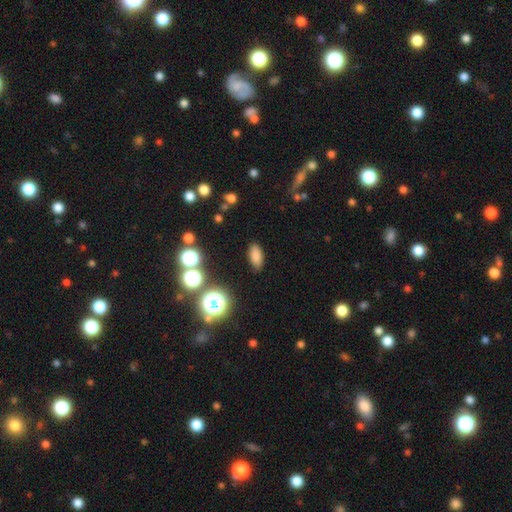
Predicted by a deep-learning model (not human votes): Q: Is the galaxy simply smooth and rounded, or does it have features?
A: smooth — 79%.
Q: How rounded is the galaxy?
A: in between — 87%.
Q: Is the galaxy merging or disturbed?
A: none — 86%.